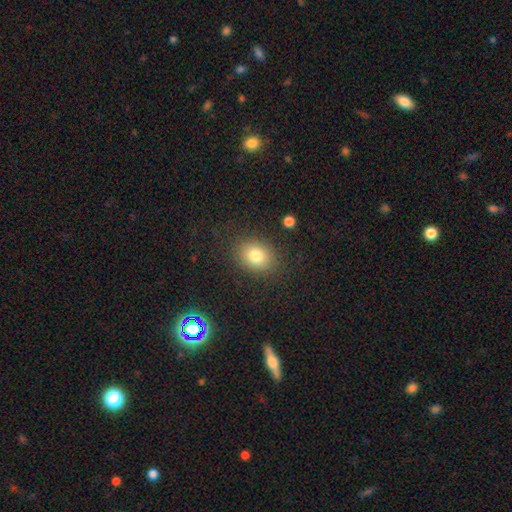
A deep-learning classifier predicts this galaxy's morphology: Overall: smooth (79%). How rounded: in between (51%; round 48%). Merging: none (85%).